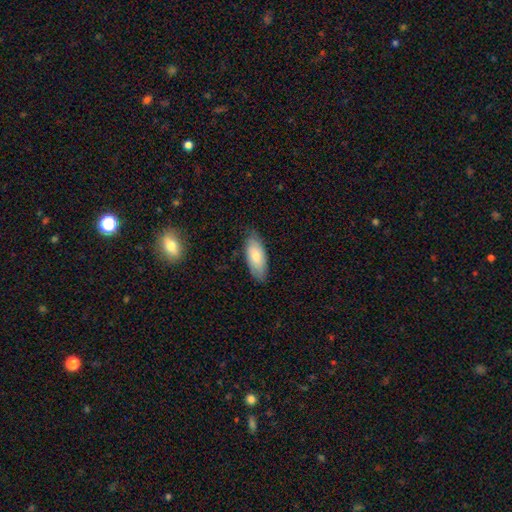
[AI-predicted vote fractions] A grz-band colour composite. It shows a smooth galaxy with no disk features (74%) that is in between round and cigar-shaped (84%). Merging: none (77%).